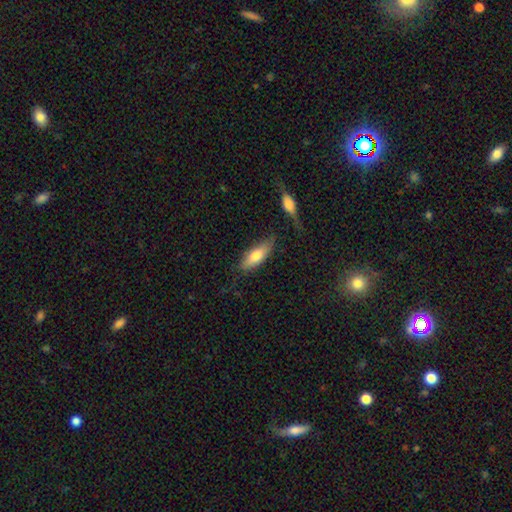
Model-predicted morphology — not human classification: smooth_or_featured: smooth (p=0.70) [alt: featured or disk p=0.24]
how_rounded: in between (p=0.64) [alt: cigar-shaped p=0.34]
merging: none (p=0.69) [alt: minor disturbance p=0.20]